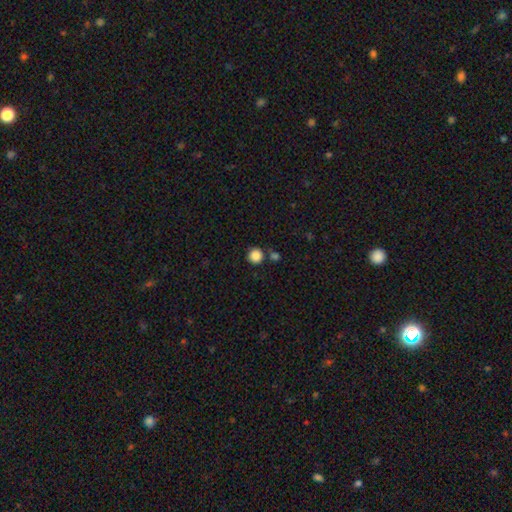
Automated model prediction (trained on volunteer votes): Smooth or featured?
  - smooth: 87% *
  - star or artifact: 10%
  - featured or disk: 3%
How rounded?
  - round: 95% *
  - in between: 4%
  - cigar-shaped: 1%
Merging?
  - none: 79% *
  - merger: 10%
  - minor disturbance: 7%
  - major disturbance: 3%